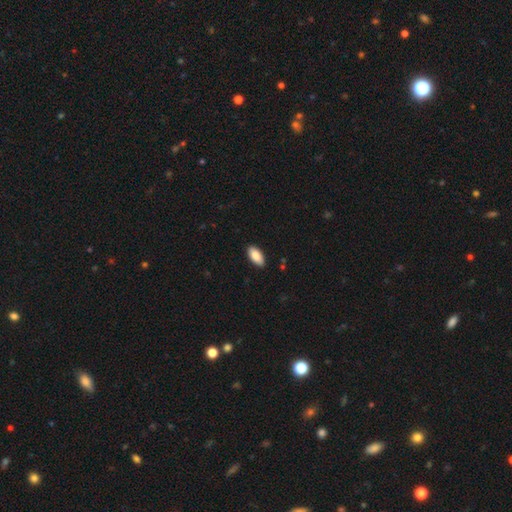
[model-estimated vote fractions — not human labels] A smooth galaxy with no disk features (88%) that is in between round and cigar-shaped (92%).

Vote fractions:
- Smooth or featured? smooth: 88% / featured or disk: 6% / star or artifact: 6%
- How rounded? in between: 92% / cigar-shaped: 7% / round: 2%
- Merging? none: 89% / minor disturbance: 9% / major disturbance: 2% / merger: 1%